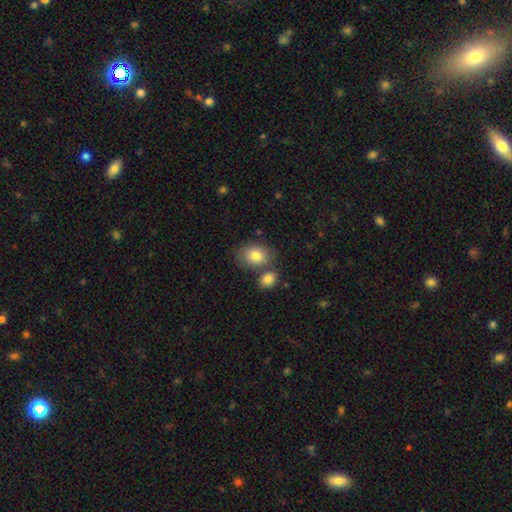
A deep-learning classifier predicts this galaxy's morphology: smooth 82%, featured or disk 10%, star or artifact 8%. Down the decision tree: how rounded — in between (62%); merging — none (58%).